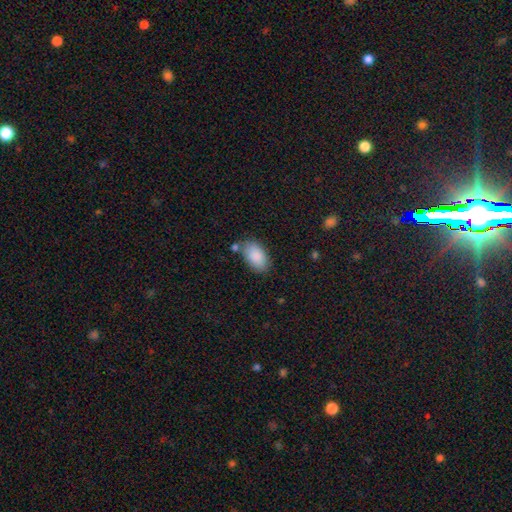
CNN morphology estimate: Smooth or featured? smooth (89%)
How rounded? in between (94%)
Merging? none (72%)